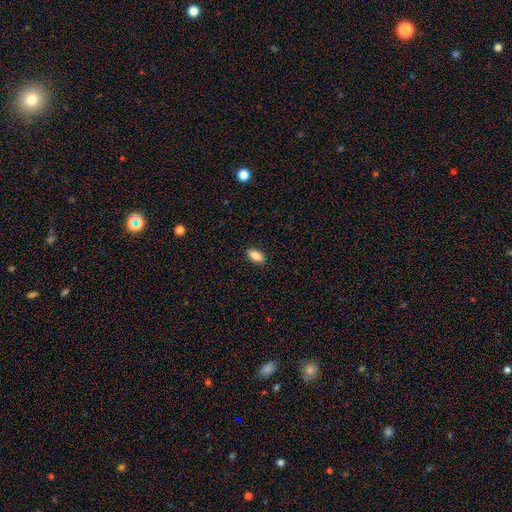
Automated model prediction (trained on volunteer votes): Smooth or featured?
  - smooth: 86% *
  - star or artifact: 8%
  - featured or disk: 6%
How rounded?
  - in between: 89% *
  - cigar-shaped: 7%
  - round: 4%
Merging?
  - none: 89% *
  - minor disturbance: 8%
  - major disturbance: 2%
  - merger: 1%